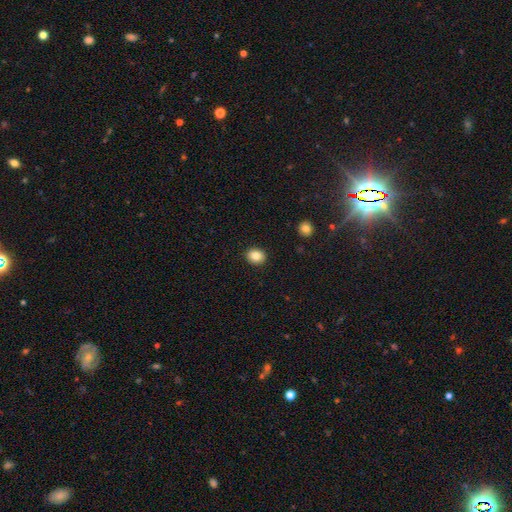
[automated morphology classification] The model was most divided on "how rounded": round: 61%, in between: 38%, cigar-shaped: 1%. More confident: merging — none (91%); smooth or featured — smooth (85%).